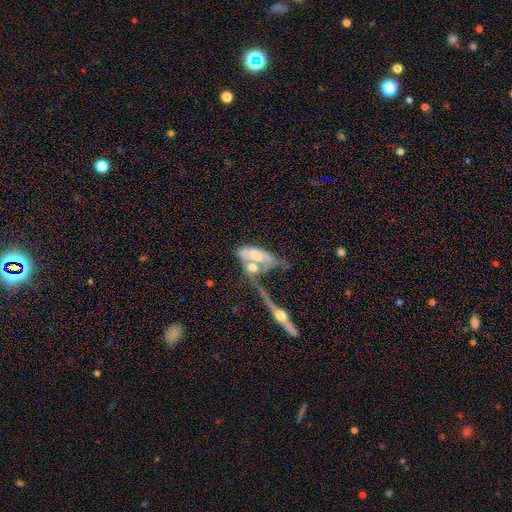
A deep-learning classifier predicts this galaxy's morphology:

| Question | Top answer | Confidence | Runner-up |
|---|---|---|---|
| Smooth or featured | featured or disk | 50% | smooth (40%) |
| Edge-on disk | no | 76% | yes (24%) |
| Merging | merger | 58% | major disturbance (19%) |